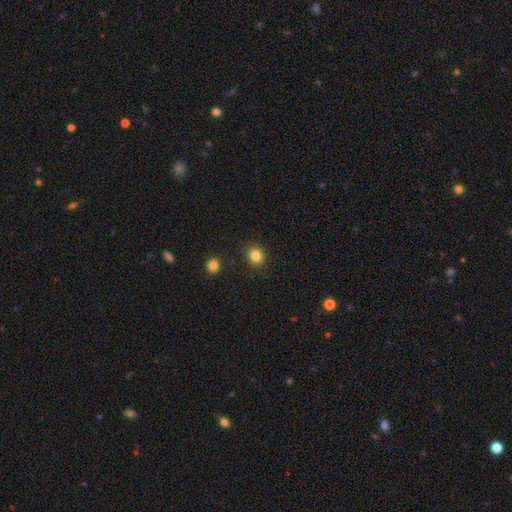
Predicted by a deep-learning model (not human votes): A smooth galaxy with no disk features (84%) that is round (78%). Merging: none (90%).